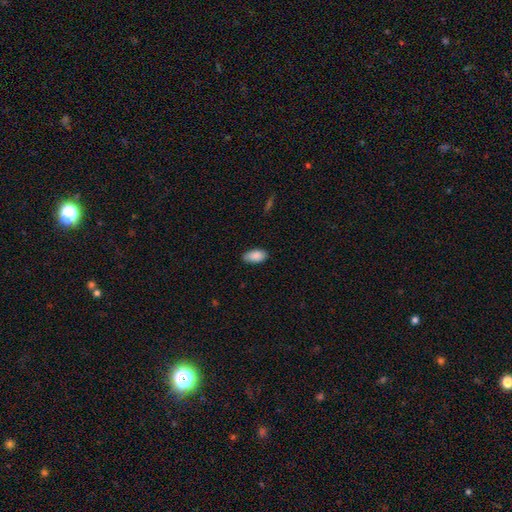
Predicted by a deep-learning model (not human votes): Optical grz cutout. It shows a smooth galaxy with no disk features (89%) that is in between round and cigar-shaped (94%). Merging: none (81%).